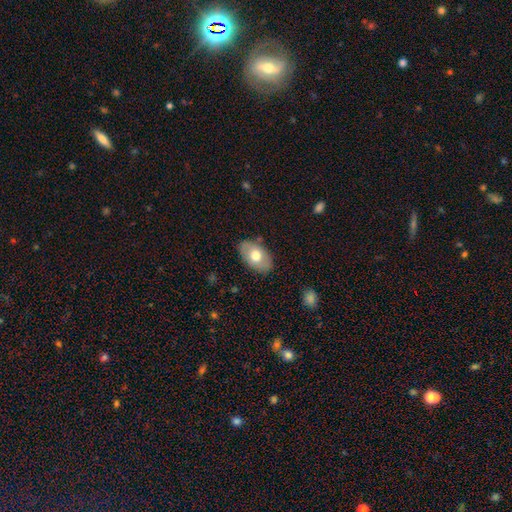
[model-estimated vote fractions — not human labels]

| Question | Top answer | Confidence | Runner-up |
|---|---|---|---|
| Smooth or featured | smooth | 66% | featured or disk (28%) |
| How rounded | in between | 90% | round (8%) |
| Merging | none | 83% | minor disturbance (13%) |